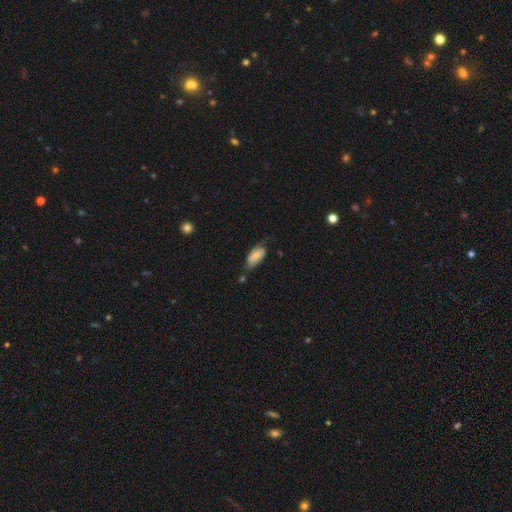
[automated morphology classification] Smooth or featured? smooth (64%)
How rounded? in between (90%)
Merging? none (44%)